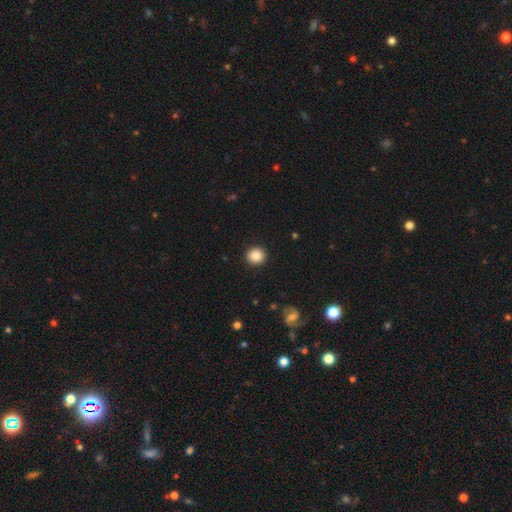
smooth 85%, star or artifact 10%, featured or disk 5%. Down the decision tree: how rounded — round (94%); merging — none (94%).